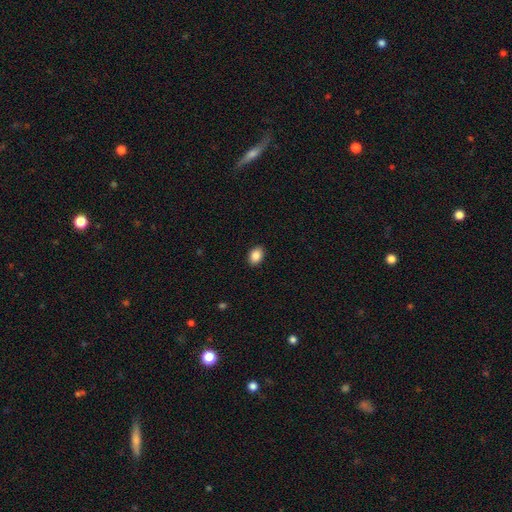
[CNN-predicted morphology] This is clearly a smooth galaxy (88%). How rounded: likely in between (79%). Merging: clearly none (90%).